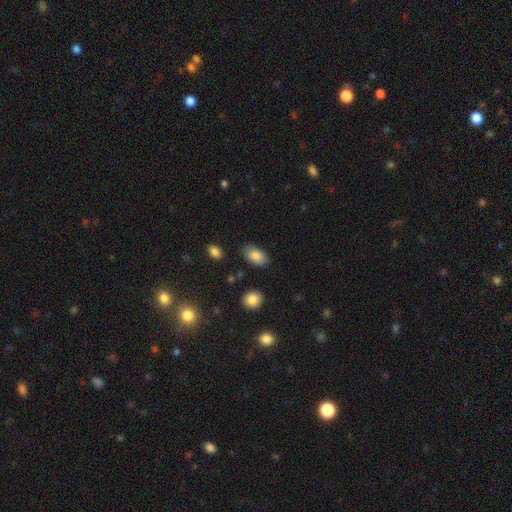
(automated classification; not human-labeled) smooth-or-featured: smooth: 85% | featured or disk: 8% | star or artifact: 8%
  how-rounded: in between: 92% | round: 6% | cigar-shaped: 2%
  merging: none: 84% | minor disturbance: 11% | major disturbance: 3% | merger: 2%